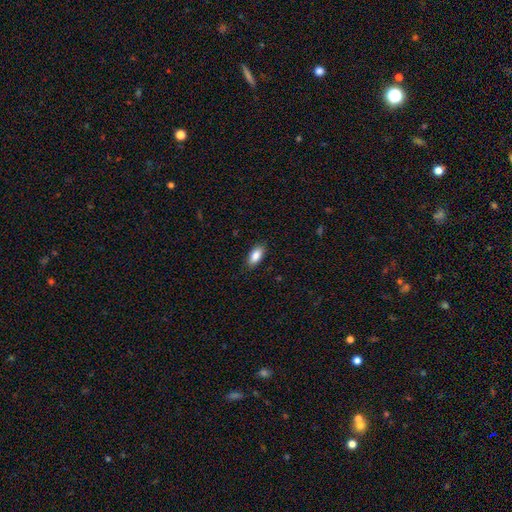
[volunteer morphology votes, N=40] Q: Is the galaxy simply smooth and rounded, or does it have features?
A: smooth — 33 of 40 (82%).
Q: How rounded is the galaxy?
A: in between — 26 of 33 (79%).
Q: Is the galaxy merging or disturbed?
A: none — 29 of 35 (83%).